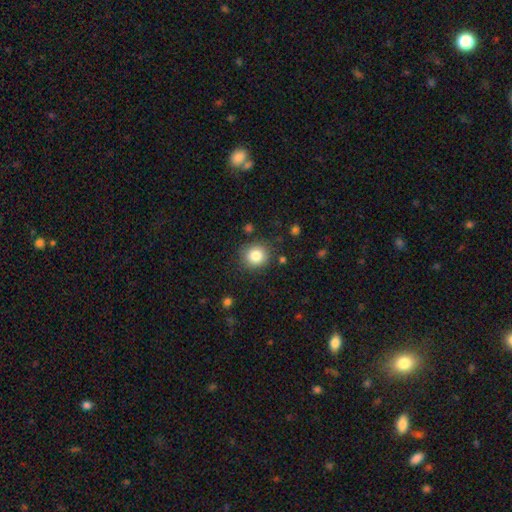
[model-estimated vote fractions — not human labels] This appears to be a smooth galaxy with no disk features (83%) that is round (88%). Merging: none (86%).